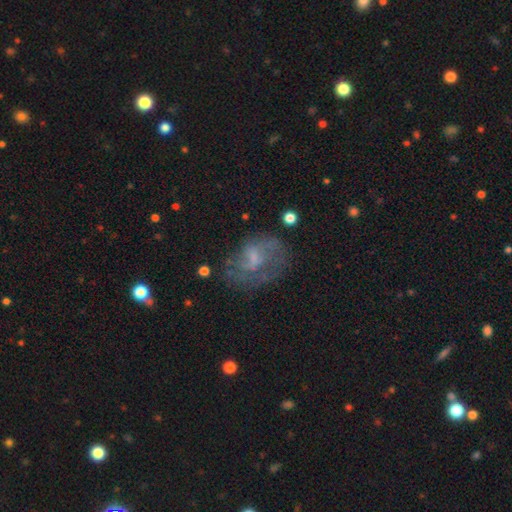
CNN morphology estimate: This appears to be a featured or disk galaxy (55%) with no bar (54%), spiral arms (59%) and a small central bulge (41%). Merging: none (50%).